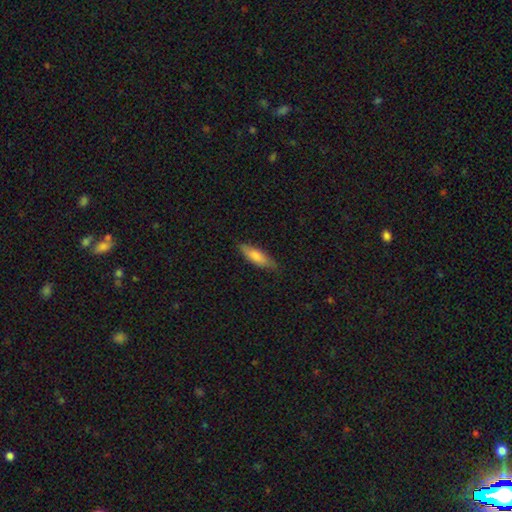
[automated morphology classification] smooth 67%, featured or disk 26%, star or artifact 7%. Down the decision tree: how rounded — cigar-shaped (59%); merging — none (81%).